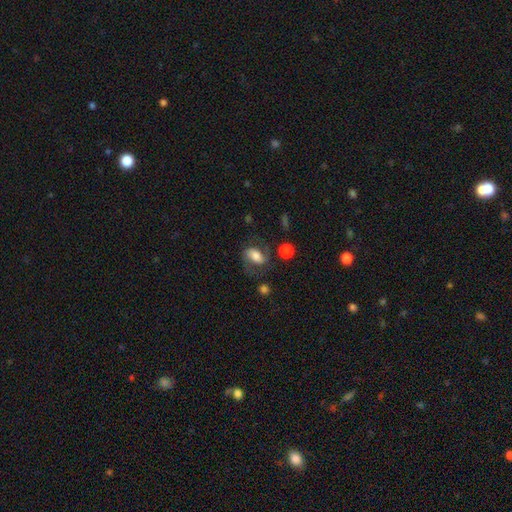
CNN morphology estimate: Q: Smooth or featured?
A: featured or disk (54%); runner-up: smooth (37%)
Q: Edge-on disk?
A: no (96%); runner-up: yes (4%)
Q: Bar?
A: weak (37%); tied with: no (37%)
Q: Spiral arms?
A: yes (88%); runner-up: no (12%)
Q: Bulge size?
A: moderate (42%); runner-up: large (34%)
Q: Merging?
A: none (61%); runner-up: minor disturbance (20%)